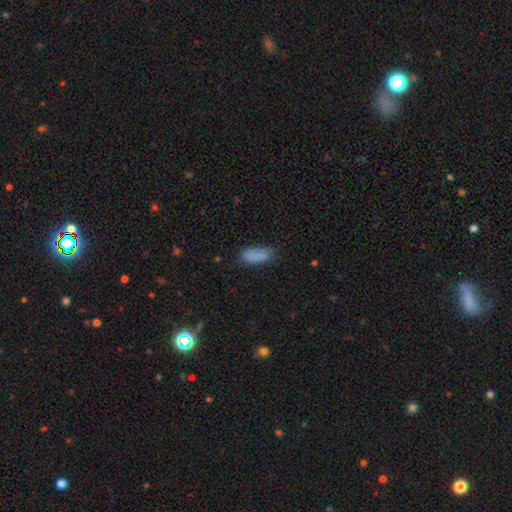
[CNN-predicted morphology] smooth 87%, star or artifact 9%, featured or disk 5%. Down the decision tree: how rounded — in between (77%); merging — none (76%).